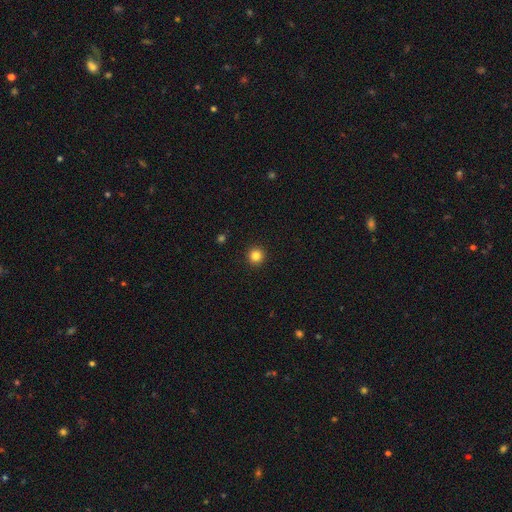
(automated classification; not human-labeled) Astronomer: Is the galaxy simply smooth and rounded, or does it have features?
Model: smooth — 84%.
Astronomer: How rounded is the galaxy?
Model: round — 95%.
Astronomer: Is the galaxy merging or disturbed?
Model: none — 93%.